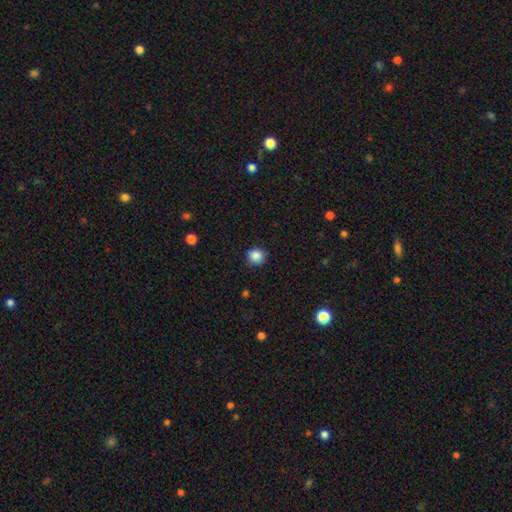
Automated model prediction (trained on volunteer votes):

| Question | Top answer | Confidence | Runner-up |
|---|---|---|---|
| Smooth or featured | smooth | 87% | star or artifact (10%) |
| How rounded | round | 90% | in between (9%) |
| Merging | none | 87% | minor disturbance (10%) |